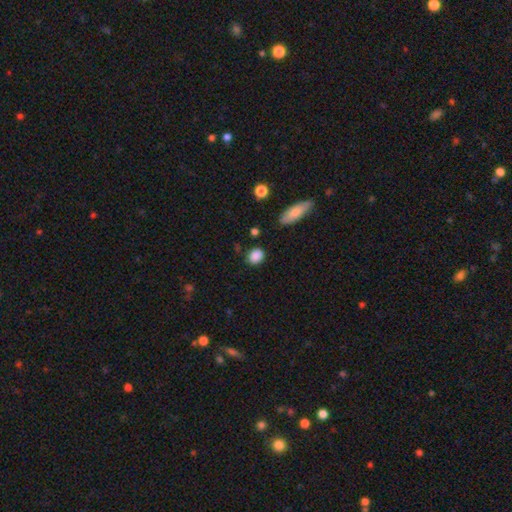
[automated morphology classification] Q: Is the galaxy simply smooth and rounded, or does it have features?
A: smooth — 87%.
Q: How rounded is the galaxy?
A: round — 55%.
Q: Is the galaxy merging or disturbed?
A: none — 80%.